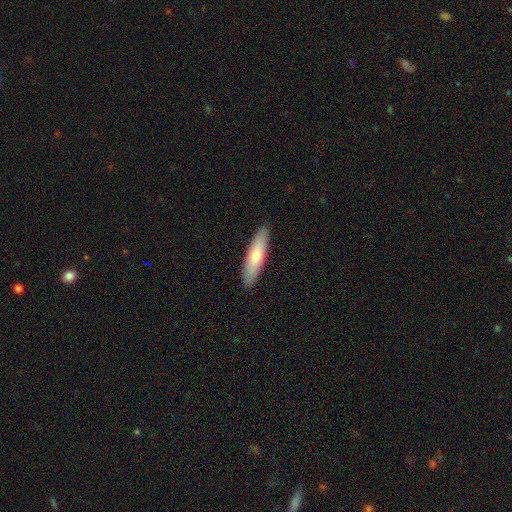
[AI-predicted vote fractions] Morphology: type=smooth (71%); roundness=cigar-shaped (68%); merging=none (90%).